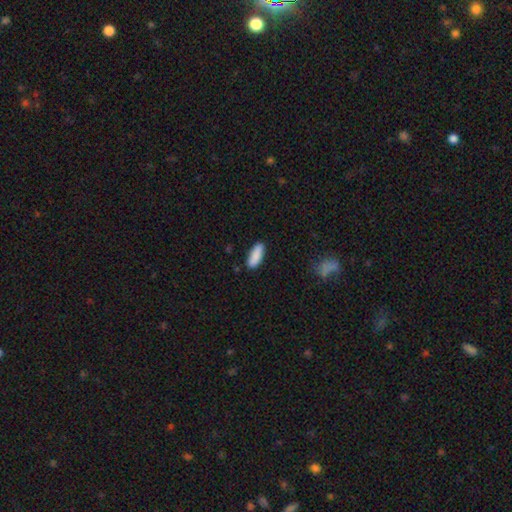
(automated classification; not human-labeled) smooth 89%, star or artifact 6%, featured or disk 5%. Down the decision tree: how rounded — in between (64%); merging — none (85%).